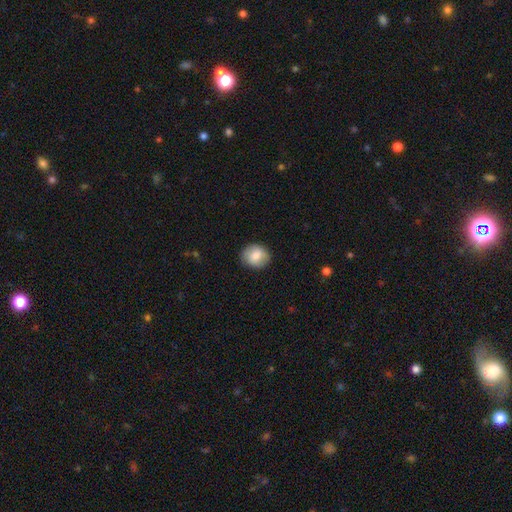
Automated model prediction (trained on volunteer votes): A smooth galaxy with no disk features (78%) that is round (70%).

Vote fractions:
- Smooth or featured? smooth: 78% / featured or disk: 15% / star or artifact: 7%
- How rounded? round: 70% / in between: 29% / cigar-shaped: 1%
- Merging? none: 86% / minor disturbance: 10% / major disturbance: 3% / merger: 1%